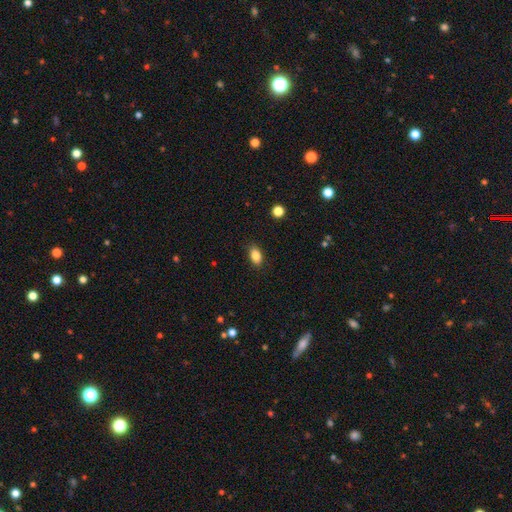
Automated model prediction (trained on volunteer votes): Smooth or featured? smooth (86%)
How rounded? in between (88%)
Merging? none (87%)